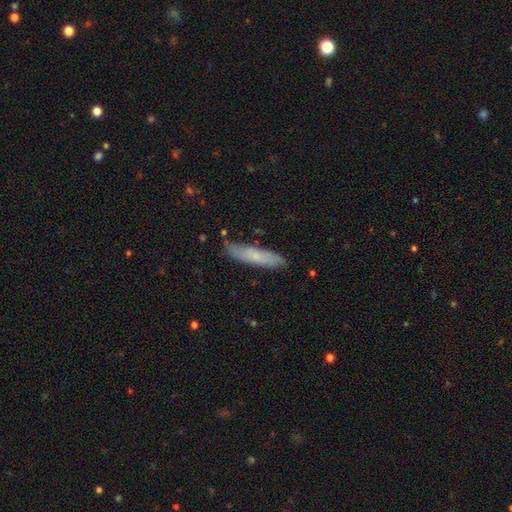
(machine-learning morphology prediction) A smooth galaxy with no disk features (67%) that is cigar-shaped (81%).

Vote fractions:
- Smooth or featured? smooth: 67% / featured or disk: 27% / star or artifact: 6%
- How rounded? cigar-shaped: 81% / in between: 18% / round: 2%
- Merging? none: 82% / minor disturbance: 14% / major disturbance: 2% / merger: 2%